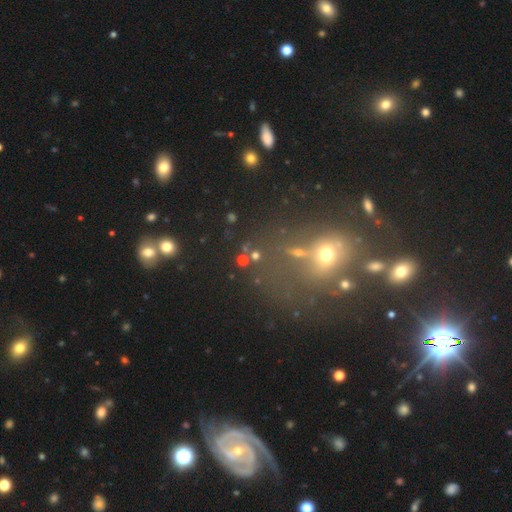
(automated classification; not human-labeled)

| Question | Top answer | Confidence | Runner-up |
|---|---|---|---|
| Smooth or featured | smooth | 43% | star or artifact (41%) |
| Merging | none | 58% | merger (19%) |